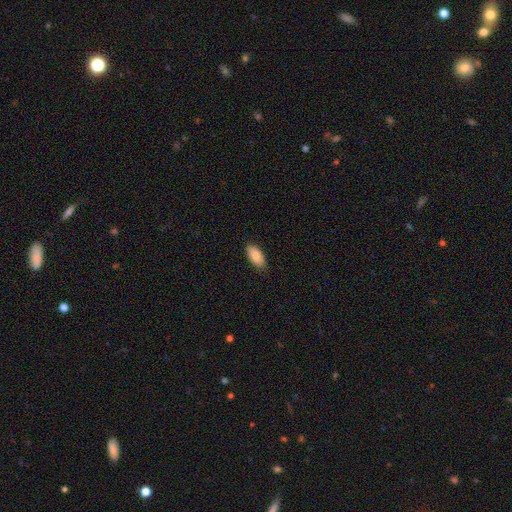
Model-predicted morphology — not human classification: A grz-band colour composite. It shows a smooth galaxy with no disk features (88%) that is in between round and cigar-shaped (90%). Merging: none (87%).